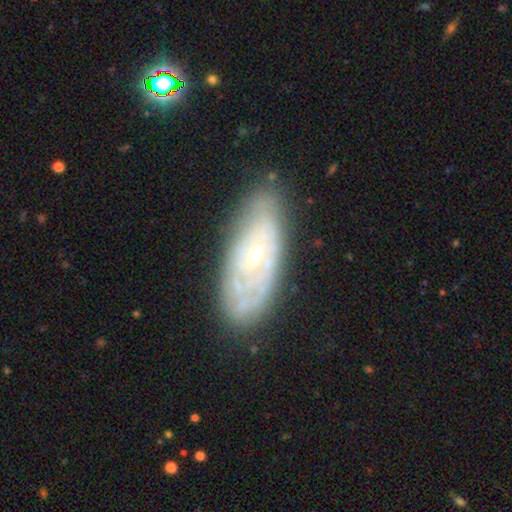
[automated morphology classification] Smooth or featured? Predicted: featured or disk (p=0.70). Edge-on disk? Predicted: no (p=0.86). Bar? Predicted: no (p=0.63). Spiral arms? Predicted: yes (p=0.73). Bulge size? Predicted: small (p=0.63). Merging? Predicted: none (p=0.75).